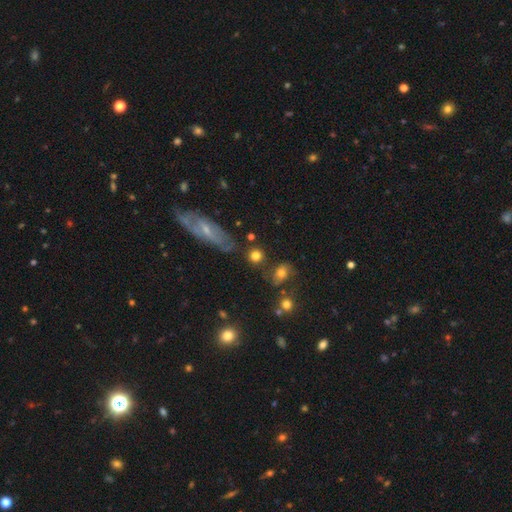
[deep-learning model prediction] smooth 78%, featured or disk 12%, star or artifact 10%. Down the decision tree: how rounded — round (78%); merging — none (67%).